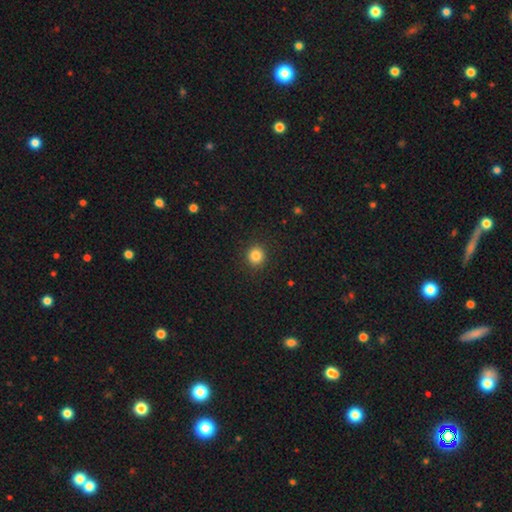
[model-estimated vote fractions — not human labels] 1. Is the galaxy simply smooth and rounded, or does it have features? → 84% smooth, 11% star or artifact, 4% featured or disk.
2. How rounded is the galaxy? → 91% round, 8% in between, 1% cigar-shaped.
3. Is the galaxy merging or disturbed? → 92% none, 5% minor disturbance, 2% major disturbance, 1% merger.